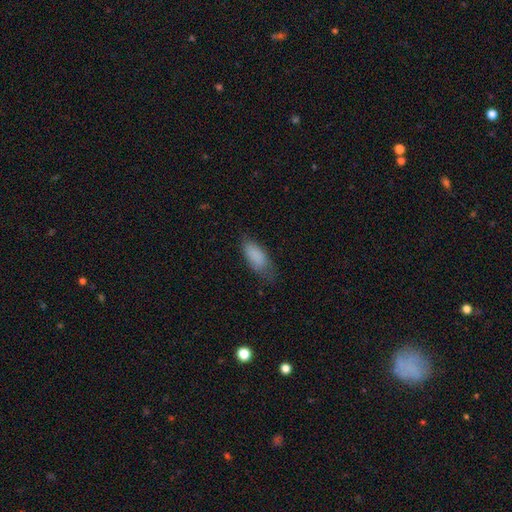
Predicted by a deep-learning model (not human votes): smooth_or_featured: smooth (p=0.85) [alt: star or artifact p=0.08]
how_rounded: in between (p=0.82) [alt: cigar-shaped p=0.15]
merging: none (p=0.60) [alt: minor disturbance p=0.29]